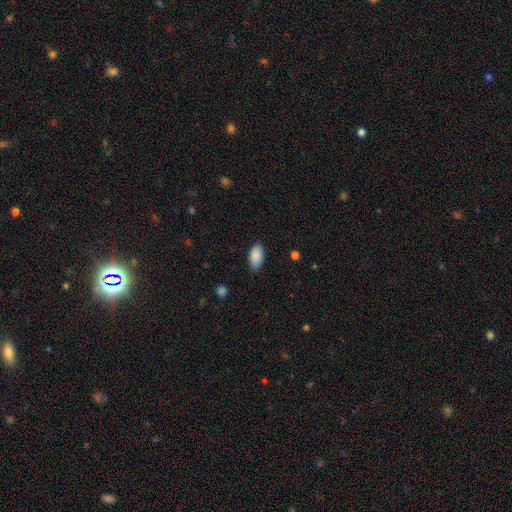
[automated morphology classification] A smooth galaxy with no disk features (89%) that is in between round and cigar-shaped (94%).

Vote fractions:
- Smooth or featured? smooth: 89% / star or artifact: 7% / featured or disk: 5%
- How rounded? in between: 94% / cigar-shaped: 3% / round: 3%
- Merging? none: 82% / minor disturbance: 14% / major disturbance: 3% / merger: 1%